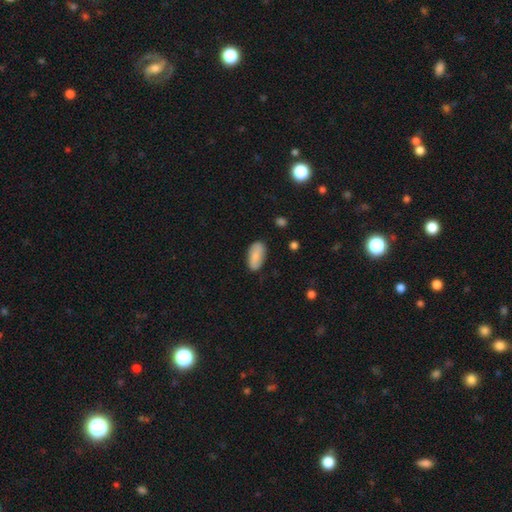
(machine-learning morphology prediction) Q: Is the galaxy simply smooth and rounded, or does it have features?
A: smooth — 84%.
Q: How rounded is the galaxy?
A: in between — 91%.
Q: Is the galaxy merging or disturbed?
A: none — 82%.